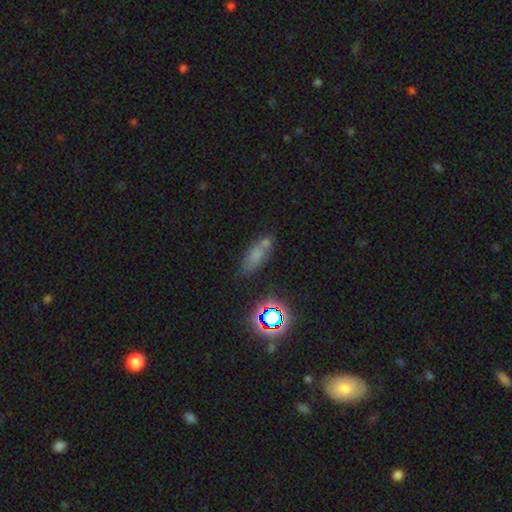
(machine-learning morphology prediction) Smooth or featured? Predicted: smooth (p=0.63). How rounded? Predicted: in between (p=0.66). Merging? Predicted: none (p=0.57).